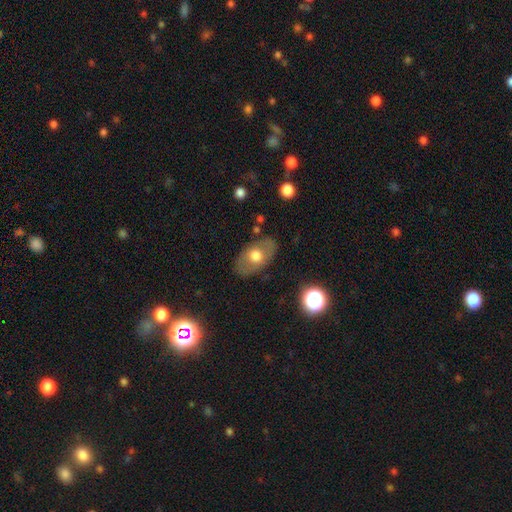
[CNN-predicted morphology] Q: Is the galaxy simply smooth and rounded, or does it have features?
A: smooth — 59%.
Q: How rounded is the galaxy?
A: in between — 88%.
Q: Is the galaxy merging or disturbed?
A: none — 80%.